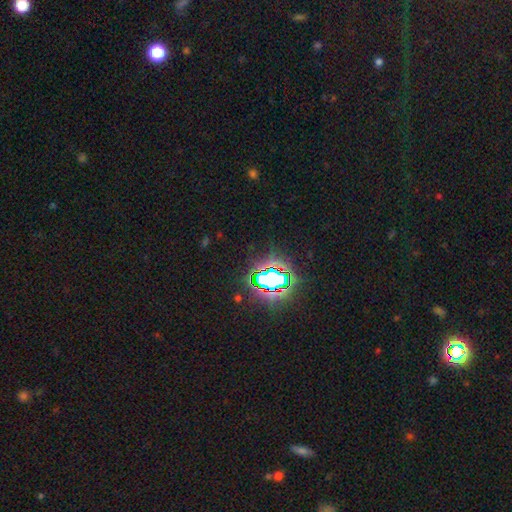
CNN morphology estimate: The model was most divided on "smooth or featured": star or artifact: 79%, smooth: 13%, featured or disk: 8%.